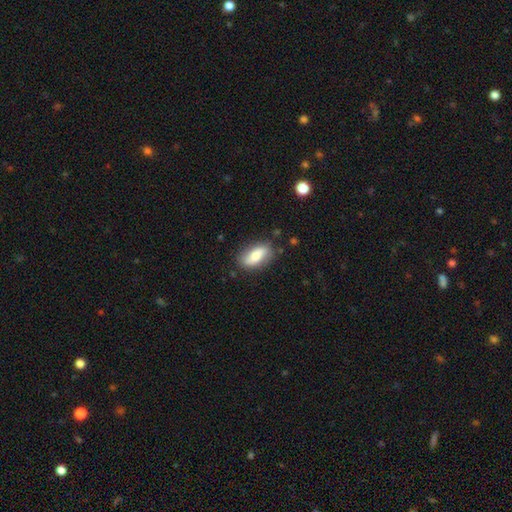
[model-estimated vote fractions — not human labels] This is likely a smooth galaxy (71%). How rounded: clearly in between (87%). Merging: likely none (78%).